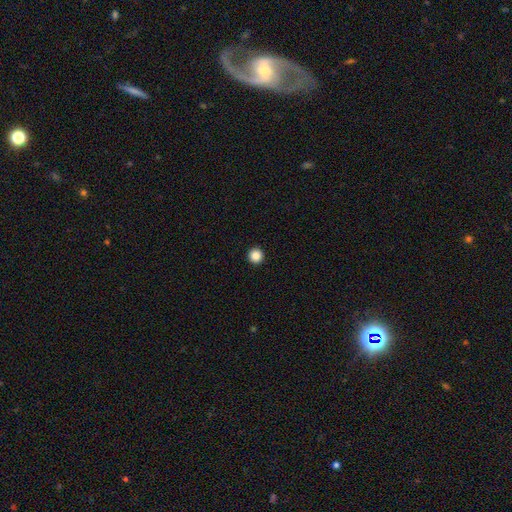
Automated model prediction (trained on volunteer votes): The model was most divided on "smooth or featured": smooth: 87%, star or artifact: 10%, featured or disk: 3%. More confident: how rounded — round (96%); merging — none (94%).